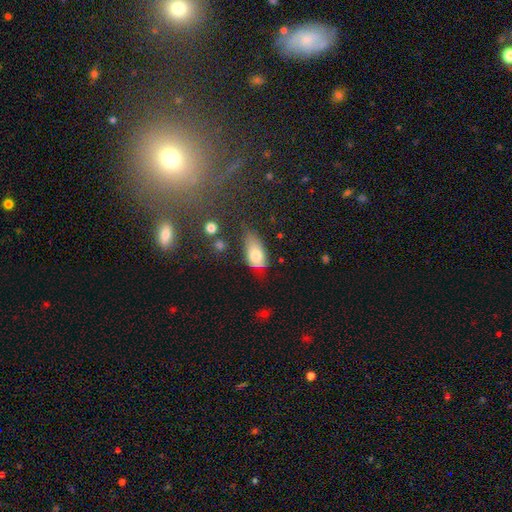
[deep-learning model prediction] Smooth or featured? Predicted: smooth (p=0.70). How rounded? Predicted: in between (p=0.90). Merging? Predicted: minor disturbance (p=0.41).